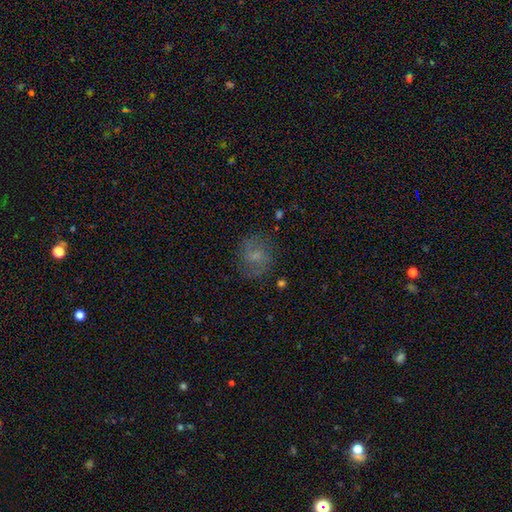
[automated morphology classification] Smooth or featured? featured or disk (46%)
Merging? none (74%)